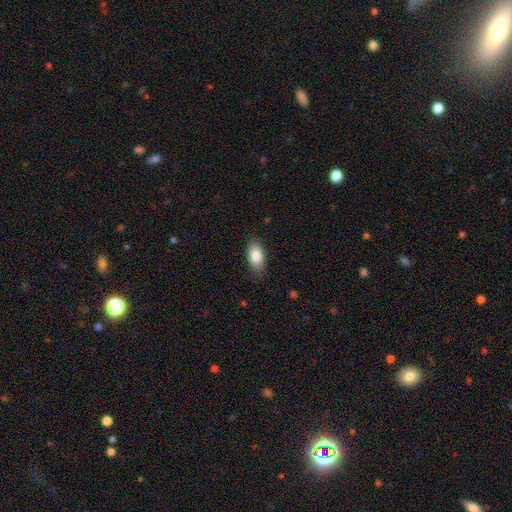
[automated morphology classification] smooth-or-featured: smooth: 85% | featured or disk: 8% | star or artifact: 6%
  how-rounded: in between: 92% | cigar-shaped: 5% | round: 3%
  merging: none: 84% | minor disturbance: 12% | major disturbance: 3% | merger: 1%